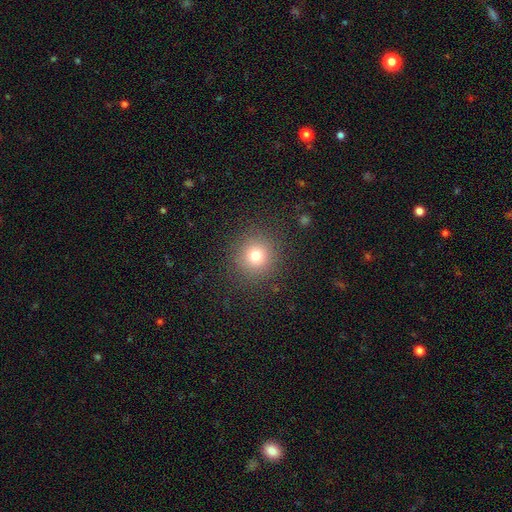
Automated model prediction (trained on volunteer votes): smooth 76%, star or artifact 15%, featured or disk 9%. Down the decision tree: how rounded — round (93%); merging — none (88%).